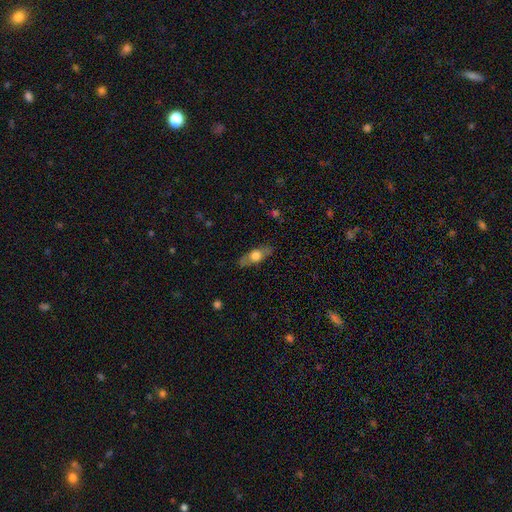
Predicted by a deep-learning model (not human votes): Overall: smooth (56%; featured or disk 37%). How rounded: in between (61%; cigar-shaped 32%). Merging: none (82%).